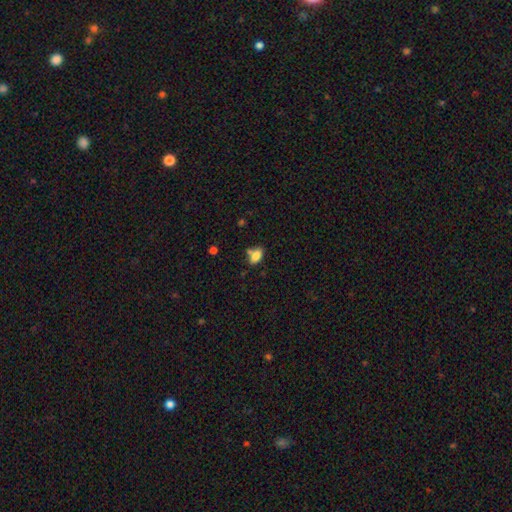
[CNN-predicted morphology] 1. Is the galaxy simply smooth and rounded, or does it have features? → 81% smooth, 10% star or artifact, 9% featured or disk.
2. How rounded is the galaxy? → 86% in between, 11% round, 3% cigar-shaped.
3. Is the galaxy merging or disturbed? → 54% none, 22% merger, 19% minor disturbance, 5% major disturbance.